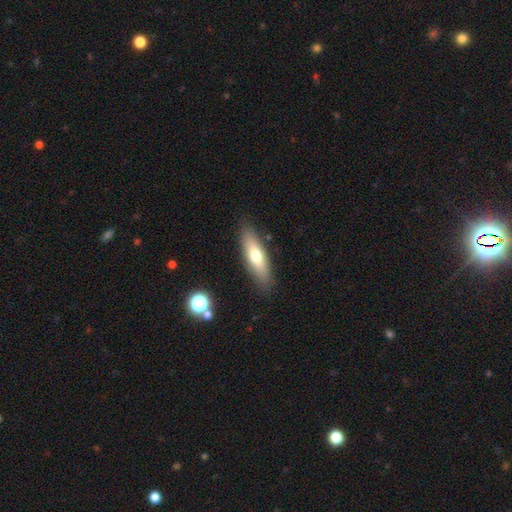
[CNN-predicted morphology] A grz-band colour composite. It shows a smooth galaxy with no disk features (66%) that is cigar-shaped (51%). Merging: none (85%).